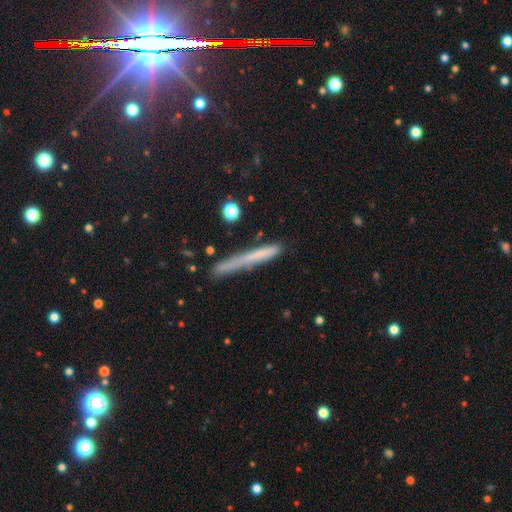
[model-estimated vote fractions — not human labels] Smooth or featured?
  - smooth: 61% *
  - featured or disk: 30%
  - star or artifact: 9%
How rounded?
  - cigar-shaped: 96% *
  - in between: 2%
  - round: 1%
Merging?
  - none: 76% *
  - minor disturbance: 17%
  - major disturbance: 4%
  - merger: 3%